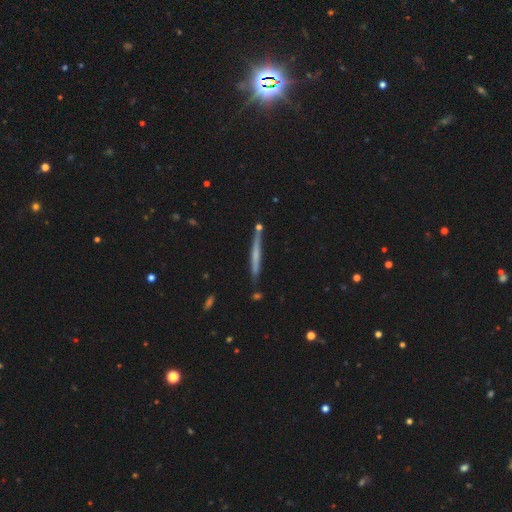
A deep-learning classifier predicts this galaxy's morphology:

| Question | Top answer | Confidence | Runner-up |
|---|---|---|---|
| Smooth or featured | smooth | 47% | featured or disk (46%) |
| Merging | none | 80% | minor disturbance (13%) |